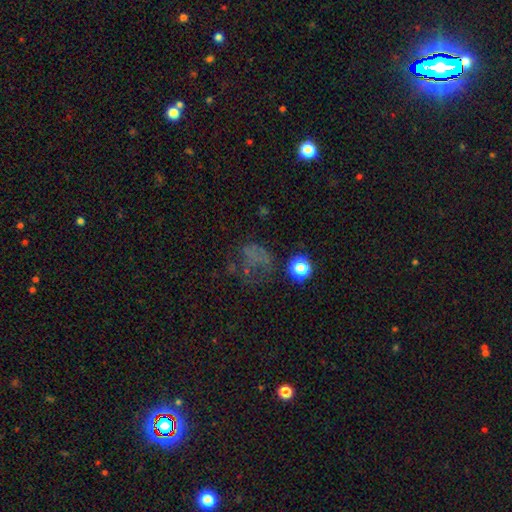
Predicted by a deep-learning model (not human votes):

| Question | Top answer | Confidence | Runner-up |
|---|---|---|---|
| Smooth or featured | smooth | 41% | star or artifact (34%) |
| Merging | none | 41% | major disturbance (34%) |